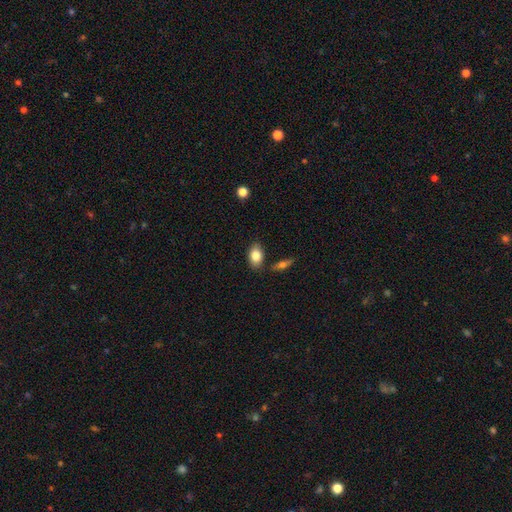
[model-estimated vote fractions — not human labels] Smooth or featured? smooth (82%)
How rounded? in between (87%)
Merging? none (80%)